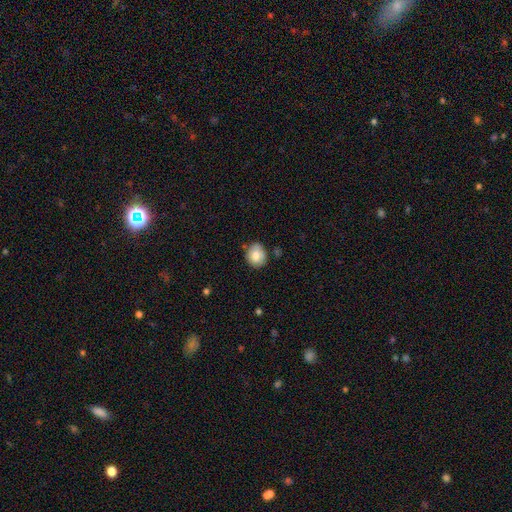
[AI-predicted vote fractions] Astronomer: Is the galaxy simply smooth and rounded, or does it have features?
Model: smooth — 78%.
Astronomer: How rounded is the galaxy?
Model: round — 76%.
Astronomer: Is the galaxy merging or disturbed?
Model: none — 79%.